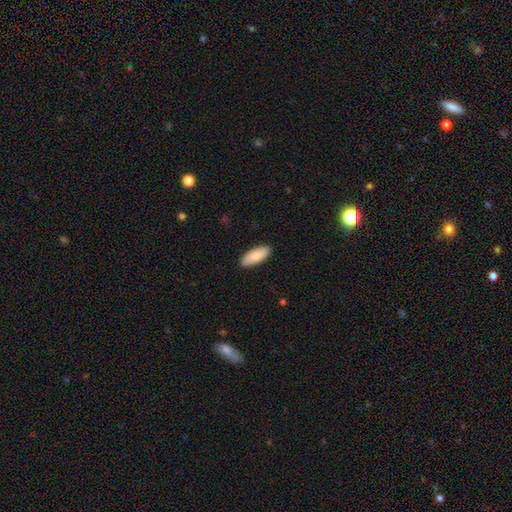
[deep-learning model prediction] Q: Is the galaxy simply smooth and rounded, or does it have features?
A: smooth — 88%.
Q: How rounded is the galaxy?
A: in between — 79%.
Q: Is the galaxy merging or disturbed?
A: none — 90%.